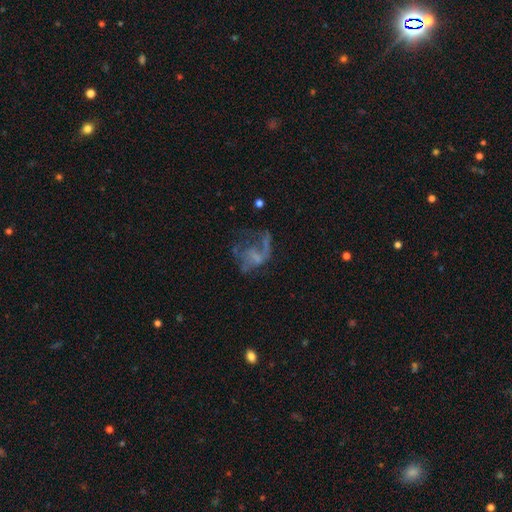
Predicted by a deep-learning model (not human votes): The model was most divided on "merging": major disturbance: 50%, none: 29%, minor disturbance: 15%, merger: 6%. More confident: edge-on disk — no (97%); bar — no (77%); spiral arms — no (64%); bulge size — none (62%); smooth or featured — featured or disk (57%).